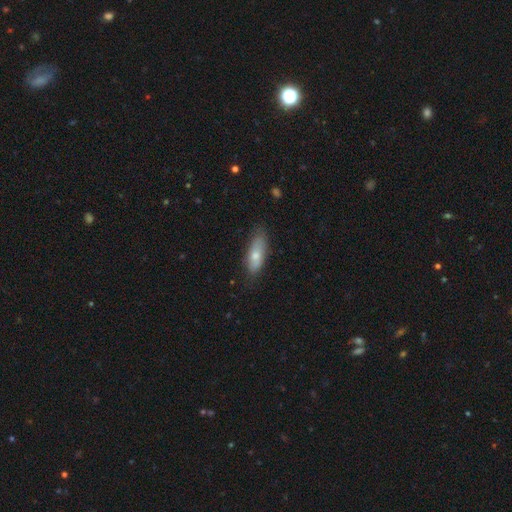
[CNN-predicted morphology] type=smooth (69%); roundness=in between (69%); merging=none (72%).